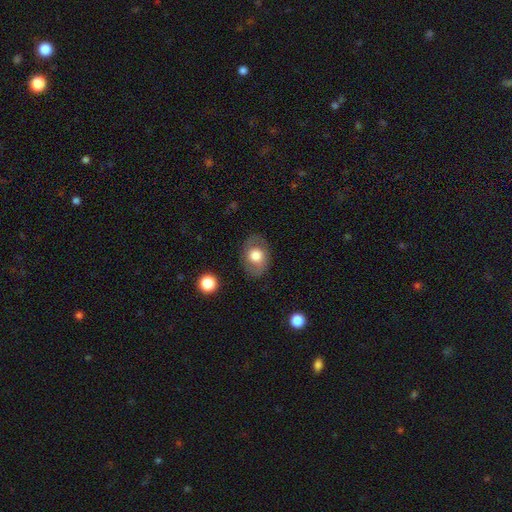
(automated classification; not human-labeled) The model was most divided on "how rounded": in between: 67%, round: 32%, cigar-shaped: 1%. More confident: merging — none (81%); smooth or featured — smooth (64%).